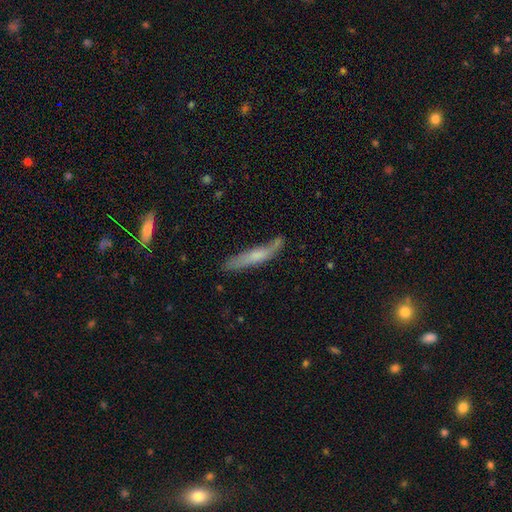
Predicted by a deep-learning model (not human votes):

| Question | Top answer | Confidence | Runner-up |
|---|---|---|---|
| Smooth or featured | smooth | 59% | featured or disk (35%) |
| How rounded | cigar-shaped | 89% | in between (9%) |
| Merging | none | 60% | minor disturbance (26%) |